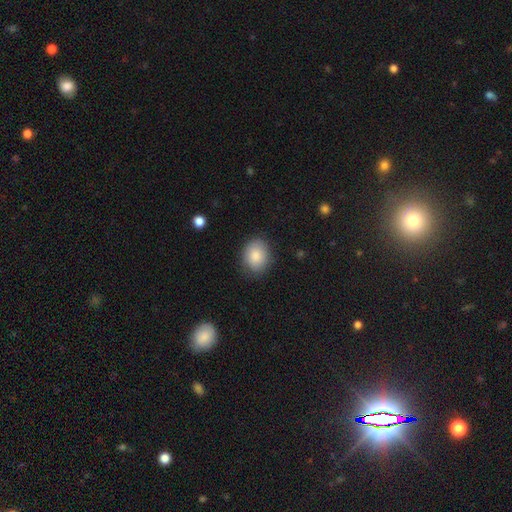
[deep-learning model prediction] This appears to be a smooth galaxy with no disk features (85%) that is round (54%). Merging: none (82%).